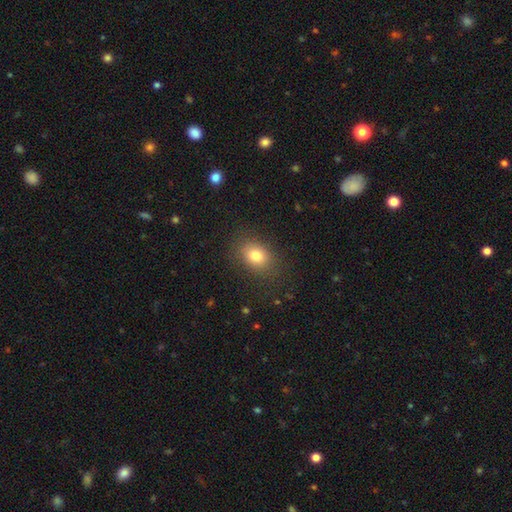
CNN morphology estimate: The model was most divided on "how rounded": in between: 66%, round: 33%, cigar-shaped: 1%. More confident: merging — none (84%); smooth or featured — smooth (80%).